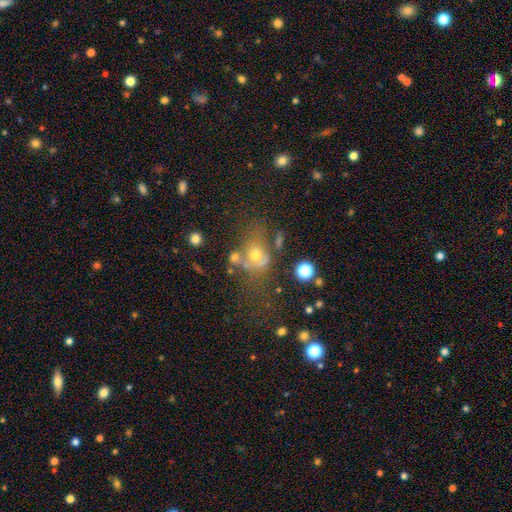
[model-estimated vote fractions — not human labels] Morphology: type=smooth (51%); roundness=round (51%); merging=none (31%).